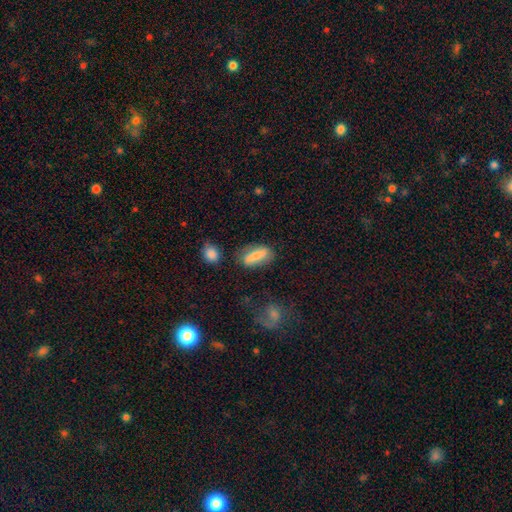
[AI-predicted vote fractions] A smooth galaxy with no disk features (73%) that is in between round and cigar-shaped (61%).

Vote fractions:
- Smooth or featured? smooth: 73% / featured or disk: 19% / star or artifact: 8%
- How rounded? in between: 61% / cigar-shaped: 35% / round: 4%
- Merging? none: 72% / minor disturbance: 18% / major disturbance: 6% / merger: 5%